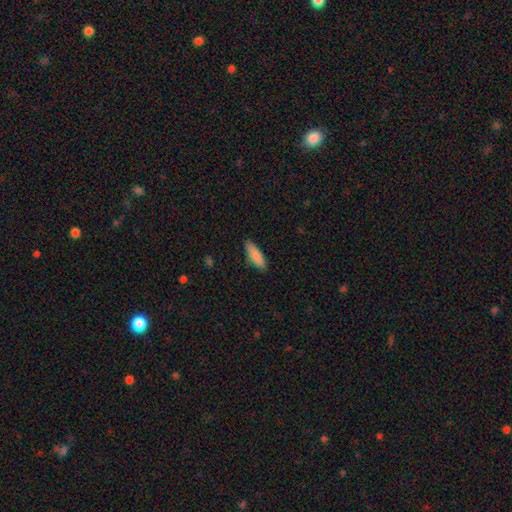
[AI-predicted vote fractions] Q: Smooth or featured?
A: smooth (86%); runner-up: featured or disk (8%)
Q: How rounded?
A: in between (58%); runner-up: cigar-shaped (41%)
Q: Merging?
A: none (83%); runner-up: minor disturbance (14%)